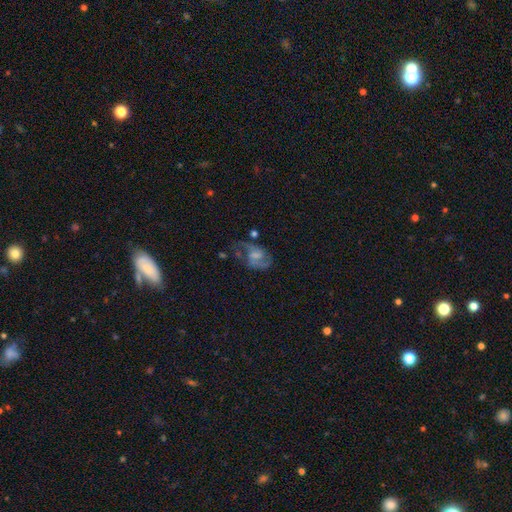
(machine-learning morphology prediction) type=featured or disk (72%); edge-on=no (97%); bar=weak (49%); spiral arms=yes (87%); winding=medium (50%); arm count=2 (75%); bulge=none (33%); merging=none (43%).